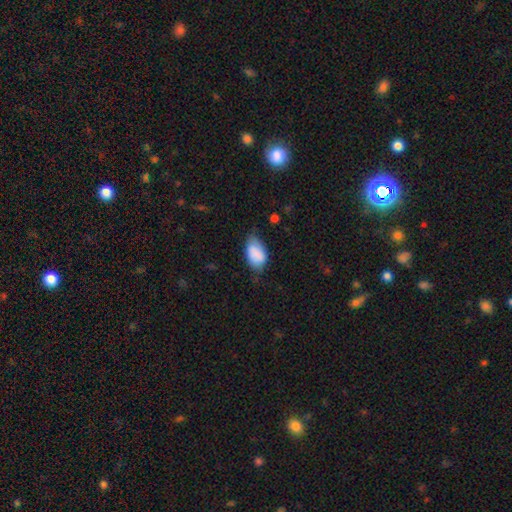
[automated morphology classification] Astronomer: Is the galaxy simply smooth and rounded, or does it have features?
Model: smooth — 83%.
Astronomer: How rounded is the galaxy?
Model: in between — 92%.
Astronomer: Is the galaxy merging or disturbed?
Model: none — 50% (runner-up: minor disturbance, 38%).